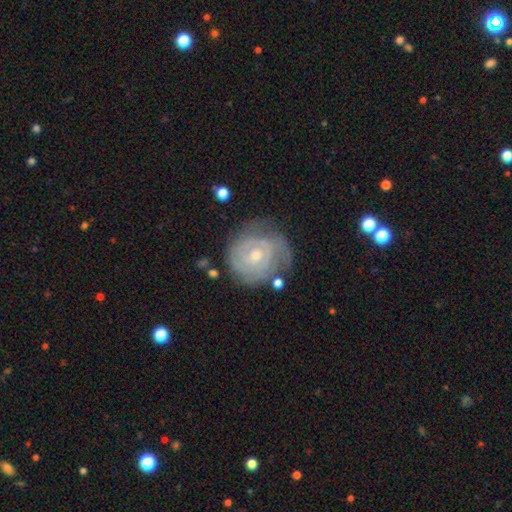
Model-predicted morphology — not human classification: The model was most divided on "bulge size": moderate: 49%, small: 47%, large: 2%, none: 1%, dominant: 1%. Remaining: edge-on disk — no (97%); spiral arms — yes (86%); smooth or featured — featured or disk (78%); spiral winding — tight (77%); bar — no (66%); merging — none (62%); spiral arm count — can't tell (47%).